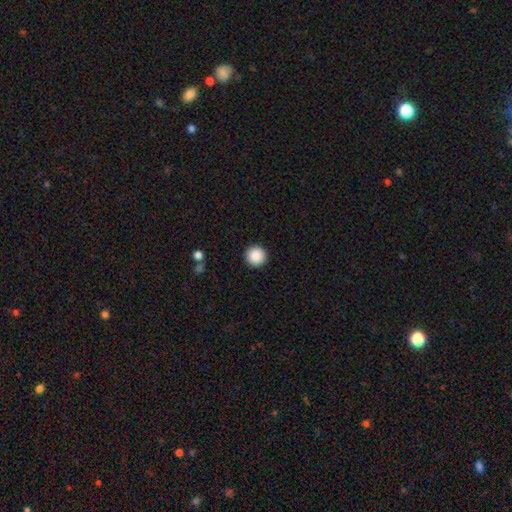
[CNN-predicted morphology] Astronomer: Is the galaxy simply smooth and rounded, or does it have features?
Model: smooth — 88%.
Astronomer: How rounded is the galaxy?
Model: round — 97%.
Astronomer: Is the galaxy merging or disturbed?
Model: none — 93%.